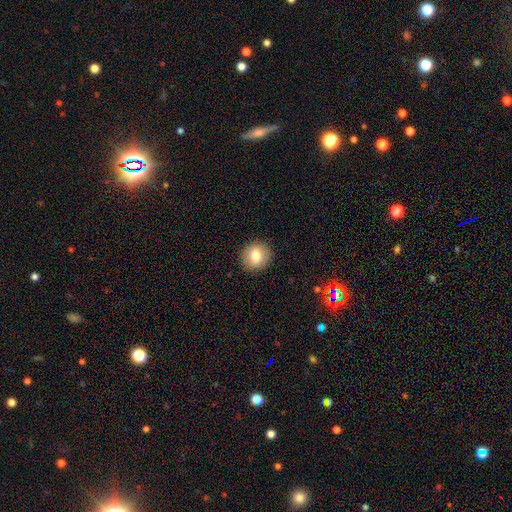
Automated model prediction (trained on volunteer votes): Smooth or featured? smooth (79%)
How rounded? round (86%)
Merging? none (91%)